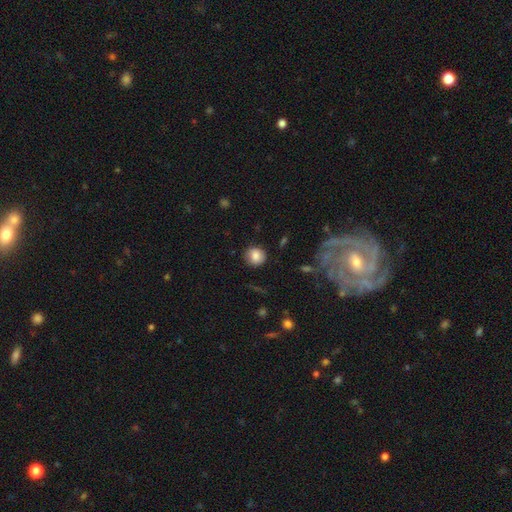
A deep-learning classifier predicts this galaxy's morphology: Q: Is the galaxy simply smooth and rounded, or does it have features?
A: smooth — 82%.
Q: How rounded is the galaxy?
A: round — 87%.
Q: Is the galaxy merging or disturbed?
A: none — 84%.